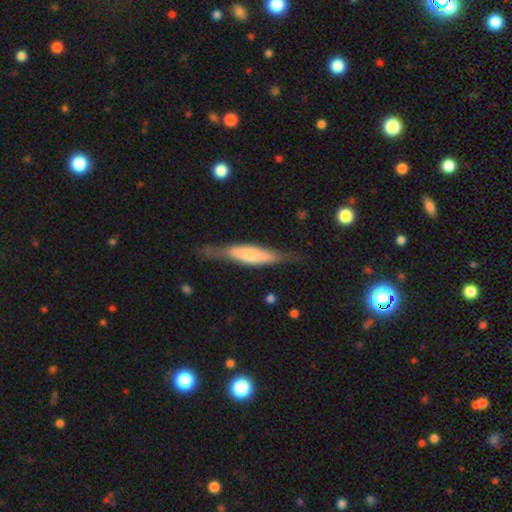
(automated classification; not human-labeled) This appears to be a smooth galaxy with no disk features (48%). Merging: none (66%).